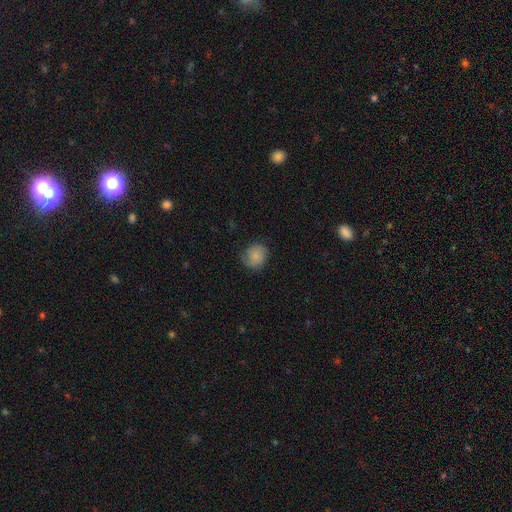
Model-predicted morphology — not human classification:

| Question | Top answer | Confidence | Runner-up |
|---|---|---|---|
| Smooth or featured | smooth | 75% | featured or disk (17%) |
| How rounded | round | 80% | in between (19%) |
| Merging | none | 69% | minor disturbance (22%) |